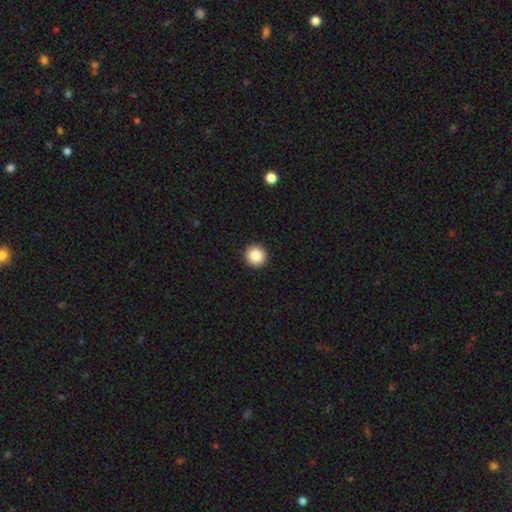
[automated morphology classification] This is clearly a smooth galaxy (87%). How rounded: clearly round (96%). Merging: clearly none (94%).